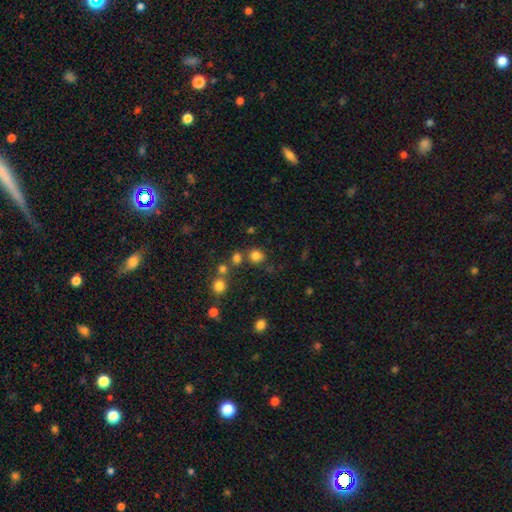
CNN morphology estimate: Smooth or featured? smooth (78%)
How rounded? round (76%)
Merging? none (71%)